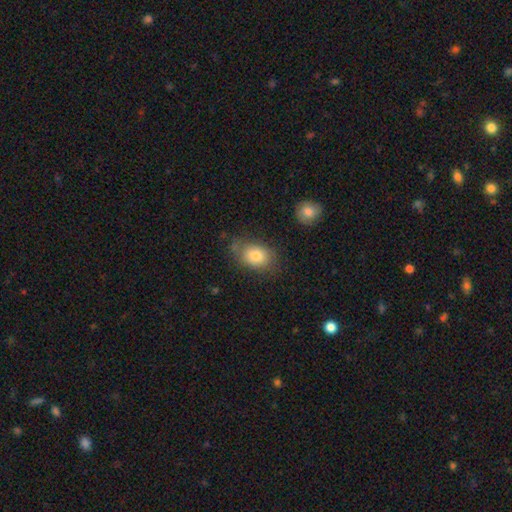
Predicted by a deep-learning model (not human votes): smooth-or-featured: smooth: 80% | featured or disk: 12% | star or artifact: 8%
  how-rounded: in between: 73% | round: 26% | cigar-shaped: 1%
  merging: none: 67% | minor disturbance: 22% | major disturbance: 8% | merger: 4%